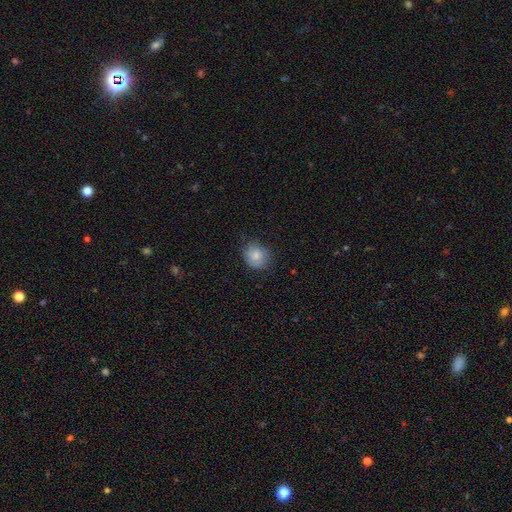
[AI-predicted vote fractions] smooth-or-featured: smooth: 80% | featured or disk: 12% | star or artifact: 8%
  how-rounded: round: 74% | in between: 25% | cigar-shaped: 1%
  merging: none: 70% | minor disturbance: 24% | major disturbance: 6% | merger: 1%